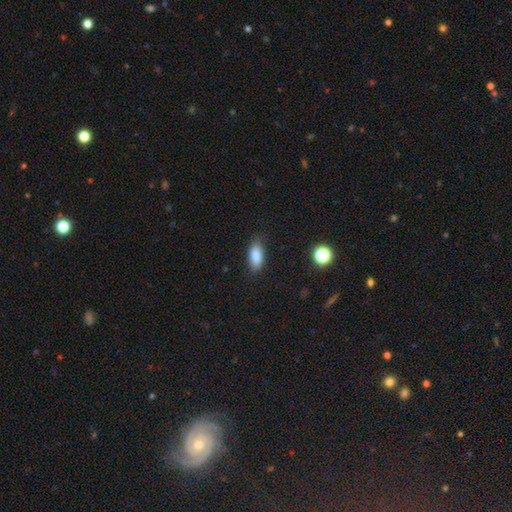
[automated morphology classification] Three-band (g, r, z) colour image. It shows a smooth galaxy with no disk features (83%) that is in between round and cigar-shaped (87%). Merging: none (82%).